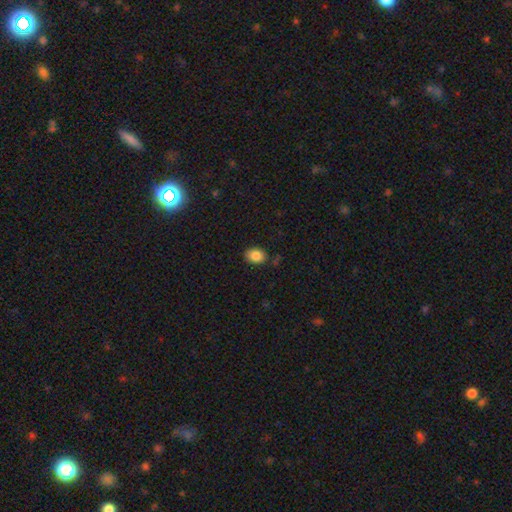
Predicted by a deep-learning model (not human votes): Smooth or featured: smooth — 85% (star or artifact — 9%)
How rounded: in between — 63% (round — 36%)
Merging: none — 81% (minor disturbance — 13%)